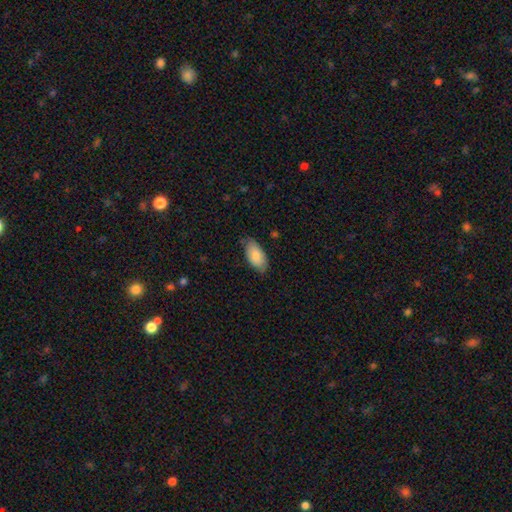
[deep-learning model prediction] smooth_or_featured: smooth (p=0.83) [alt: featured or disk p=0.12]
how_rounded: in between (p=0.94) [alt: cigar-shaped p=0.04]
merging: none (p=0.70) [alt: minor disturbance p=0.25]